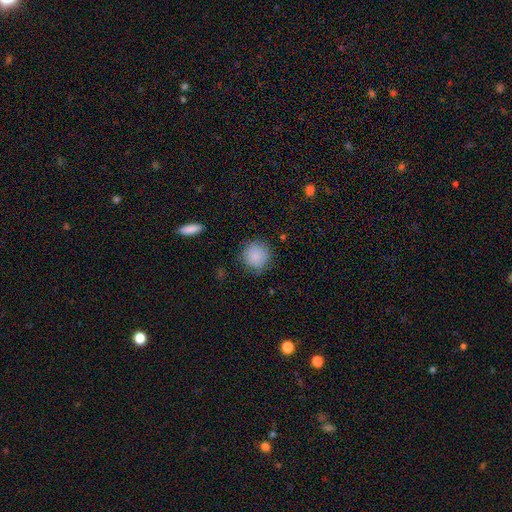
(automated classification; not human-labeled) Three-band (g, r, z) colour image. It shows a smooth galaxy with no disk features (87%) that is round (92%). Merging: none (79%).